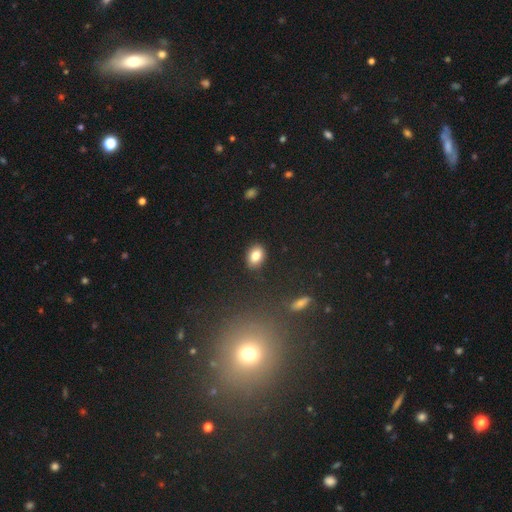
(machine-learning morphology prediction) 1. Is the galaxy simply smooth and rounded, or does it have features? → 82% smooth, 9% star or artifact, 8% featured or disk.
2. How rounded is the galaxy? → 73% in between, 25% round, 1% cigar-shaped.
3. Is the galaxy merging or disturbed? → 88% none, 9% minor disturbance, 2% major disturbance, 2% merger.